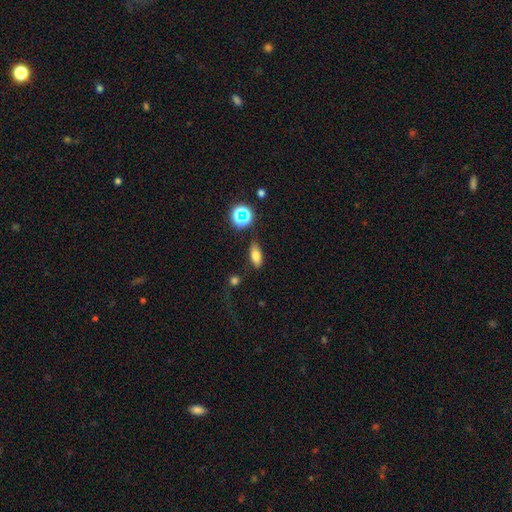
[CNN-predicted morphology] Q: Smooth or featured?
A: smooth (74%); runner-up: star or artifact (14%)
Q: How rounded?
A: in between (78%); runner-up: cigar-shaped (15%)
Q: Merging?
A: none (82%); runner-up: minor disturbance (12%)